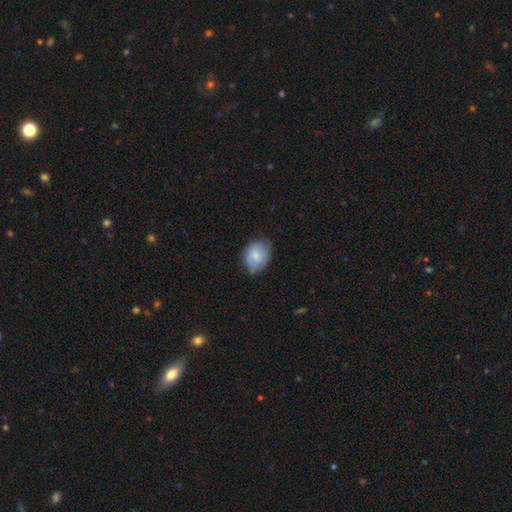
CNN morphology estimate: Smooth or featured? Predicted: smooth (p=0.67). How rounded? Predicted: in between (p=0.55). Merging? Predicted: none (p=0.64).